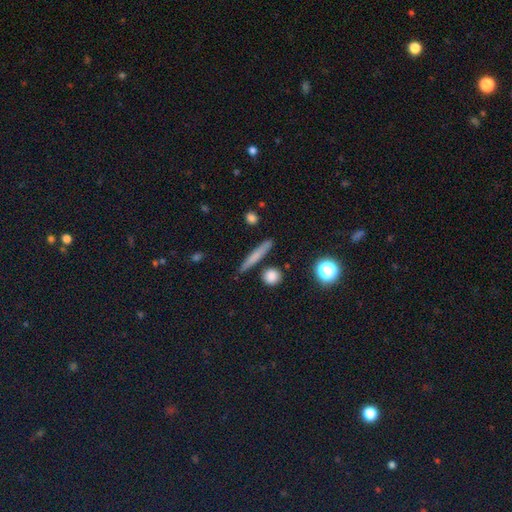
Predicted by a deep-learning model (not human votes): Smooth or featured? Predicted: smooth (p=0.65). How rounded? Predicted: cigar-shaped (p=0.87). Merging? Predicted: none (p=0.86).